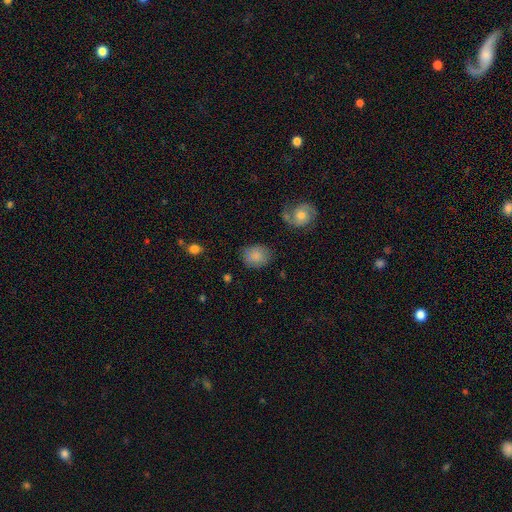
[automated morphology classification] The model was most divided on "how rounded": round: 55%, in between: 44%, cigar-shaped: 1%. More confident: smooth or featured — smooth (81%); merging — none (77%).